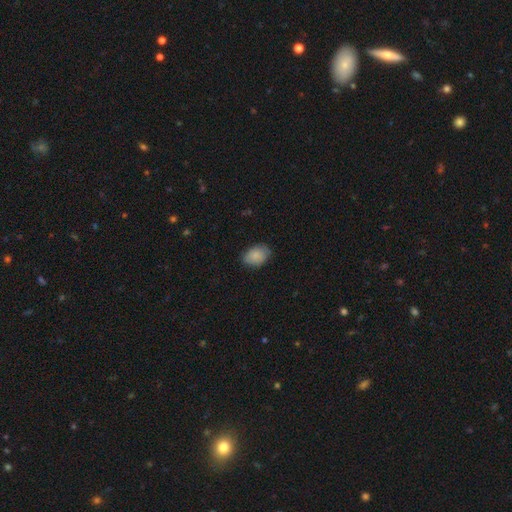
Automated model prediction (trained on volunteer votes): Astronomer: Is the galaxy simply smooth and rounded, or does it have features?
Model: smooth — 87%.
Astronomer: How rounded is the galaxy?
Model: in between — 82%.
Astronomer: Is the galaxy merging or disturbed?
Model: none — 77%.